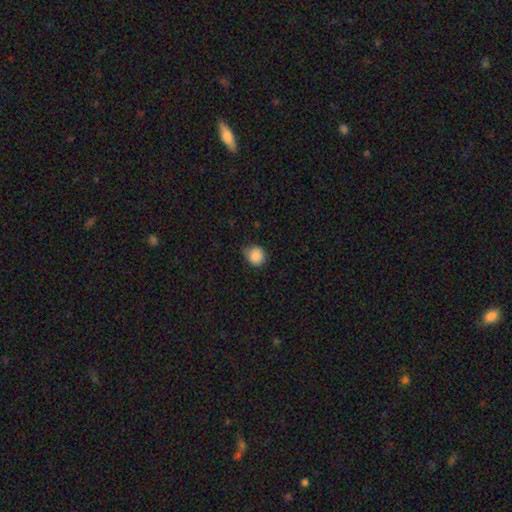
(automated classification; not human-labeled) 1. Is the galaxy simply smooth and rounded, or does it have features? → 88% smooth, 9% star or artifact, 3% featured or disk.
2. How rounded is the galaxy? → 86% round, 13% in between, 1% cigar-shaped.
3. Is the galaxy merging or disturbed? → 65% none, 29% minor disturbance, 4% major disturbance, 2% merger.